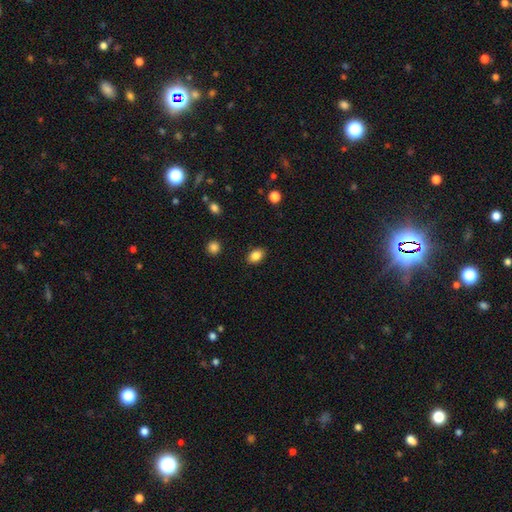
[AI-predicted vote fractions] Morphology: type=smooth (86%); roundness=in between (79%); merging=none (88%).